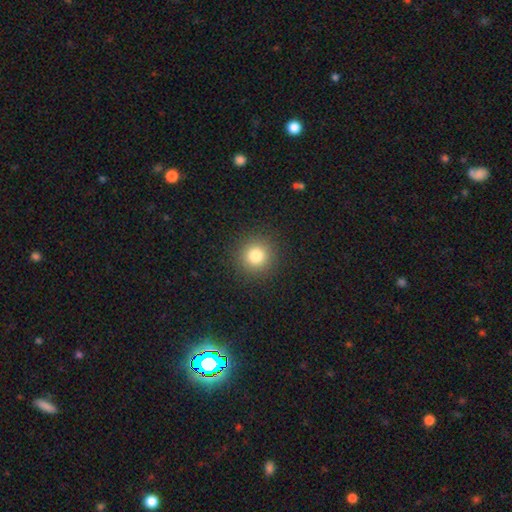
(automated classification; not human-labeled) Q: Smooth or featured?
A: smooth (81%); runner-up: star or artifact (12%)
Q: How rounded?
A: round (94%); runner-up: in between (5%)
Q: Merging?
A: none (91%); runner-up: minor disturbance (5%)